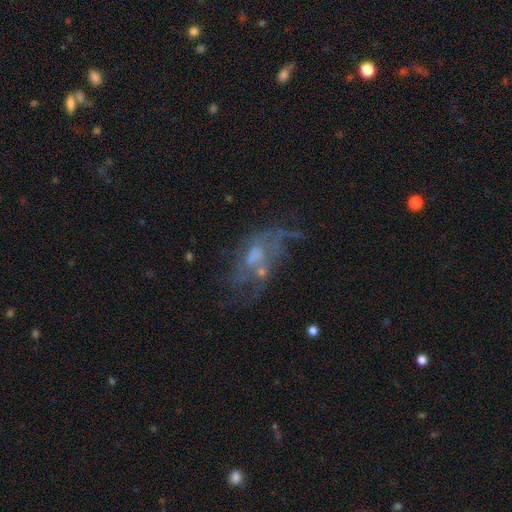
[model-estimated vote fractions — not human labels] A featured or disk galaxy (66%) with no bar (70%), no spiral arms (52%) and a moderate central bulge (34%). Merging: none (36%).